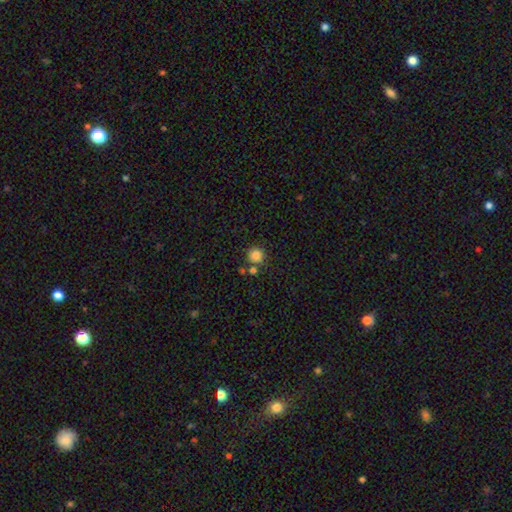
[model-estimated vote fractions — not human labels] Morphology: type=smooth (84%); roundness=round (93%); merging=none (76%).